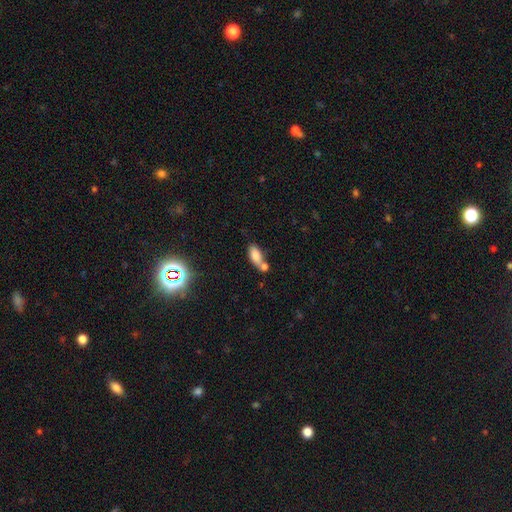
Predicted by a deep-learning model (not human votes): A smooth galaxy with no disk features (79%) that is in between round and cigar-shaped (85%). Merging: merger (46%).